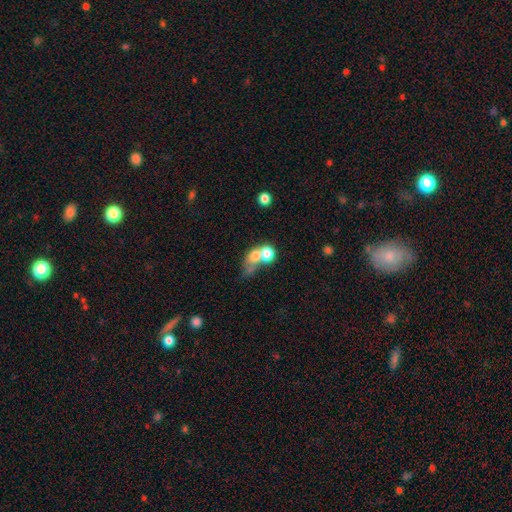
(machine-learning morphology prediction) A smooth galaxy with no disk features (65%) that is round (55%). Merging: merger (65%).